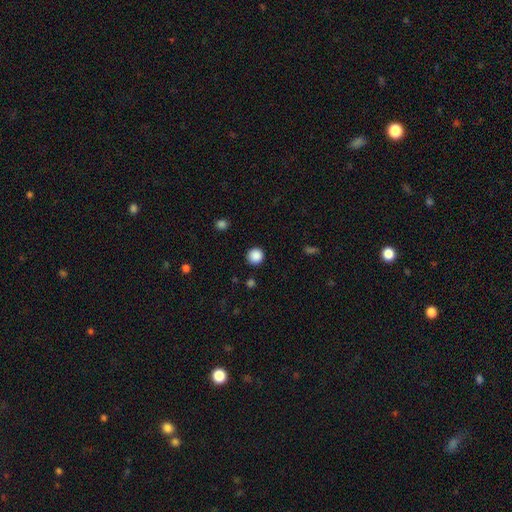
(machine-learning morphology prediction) smooth 88%, star or artifact 10%, featured or disk 2%. Down the decision tree: how rounded — round (94%); merging — none (91%).